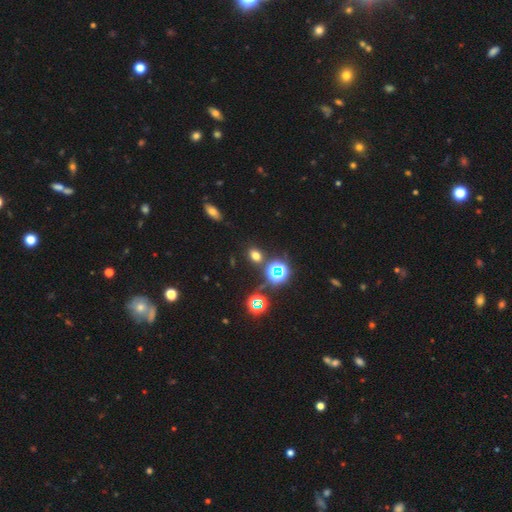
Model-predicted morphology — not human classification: Smooth or featured? Predicted: smooth (p=0.62). How rounded? Predicted: in between (p=0.54). Merging? Predicted: none (p=0.83).